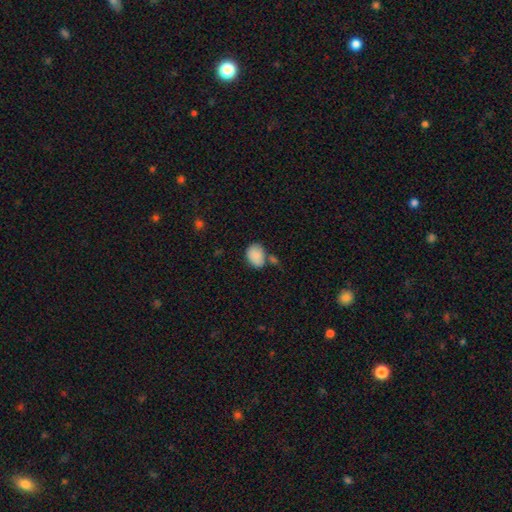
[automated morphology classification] Smooth or featured?
  - smooth: 86% *
  - star or artifact: 7%
  - featured or disk: 7%
How rounded?
  - in between: 65% *
  - round: 34%
  - cigar-shaped: 1%
Merging?
  - none: 53% *
  - merger: 21%
  - minor disturbance: 20%
  - major disturbance: 6%